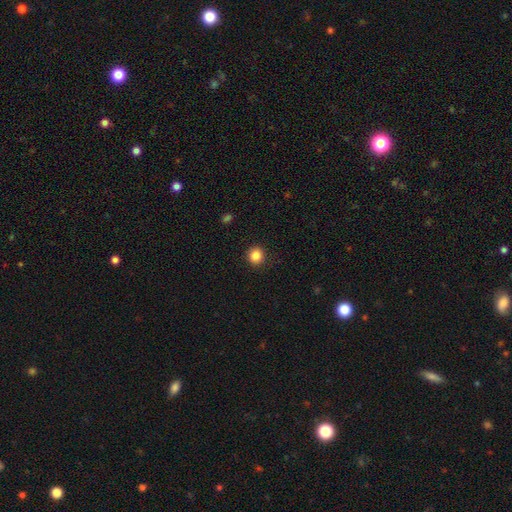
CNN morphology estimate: Q: Smooth or featured?
A: smooth (85%); runner-up: star or artifact (11%)
Q: How rounded?
A: round (93%); runner-up: in between (7%)
Q: Merging?
A: none (91%); runner-up: minor disturbance (6%)